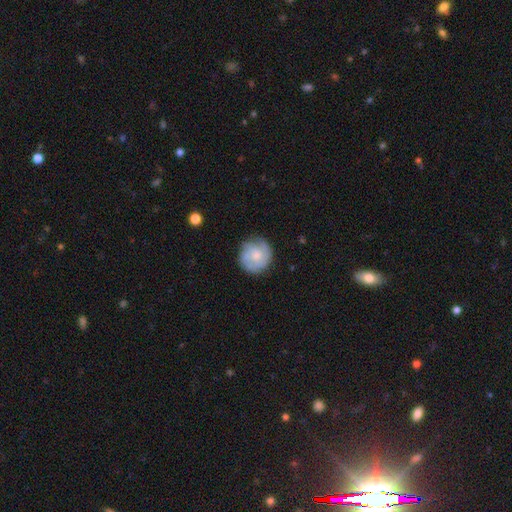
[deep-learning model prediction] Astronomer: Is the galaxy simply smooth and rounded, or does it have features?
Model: featured or disk — 57% (runner-up: smooth, 38%).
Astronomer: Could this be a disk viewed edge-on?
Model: no — 98%.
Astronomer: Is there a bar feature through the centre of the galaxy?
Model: no — 76%.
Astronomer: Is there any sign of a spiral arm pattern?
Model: yes — 85%.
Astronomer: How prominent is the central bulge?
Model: moderate — 49% (runner-up: small, 37%).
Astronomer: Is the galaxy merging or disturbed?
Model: none — 77%.